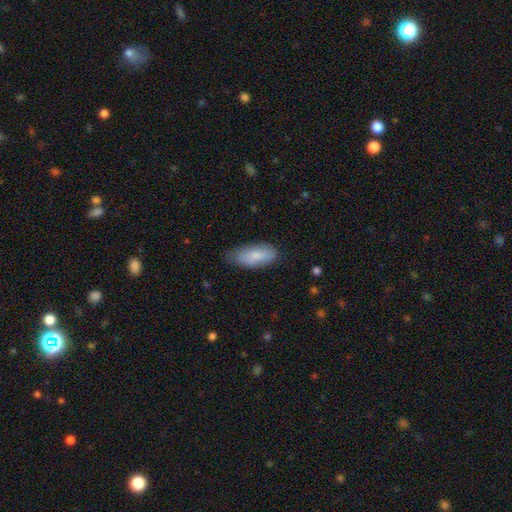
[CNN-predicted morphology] Smooth or featured? Predicted: smooth (p=0.81). How rounded? Predicted: in between (p=0.85). Merging? Predicted: none (p=0.63).